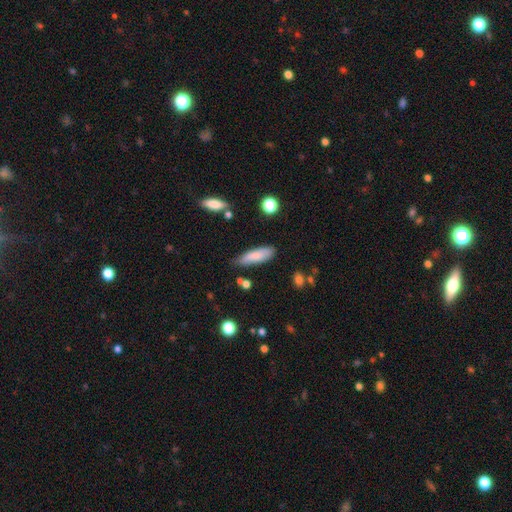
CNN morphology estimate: type=smooth (82%); roundness=in between (50%); merging=none (74%).